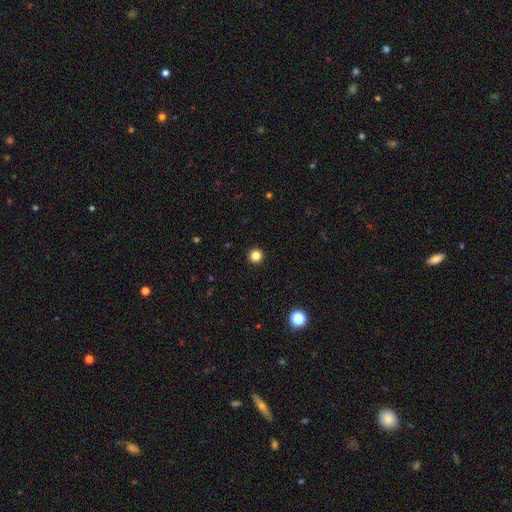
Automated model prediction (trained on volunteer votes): smooth-or-featured: smooth: 83% | star or artifact: 13% | featured or disk: 4%
  how-rounded: round: 96% | in between: 3% | cigar-shaped: 1%
  merging: none: 94% | minor disturbance: 4% | major disturbance: 1% | merger: 1%